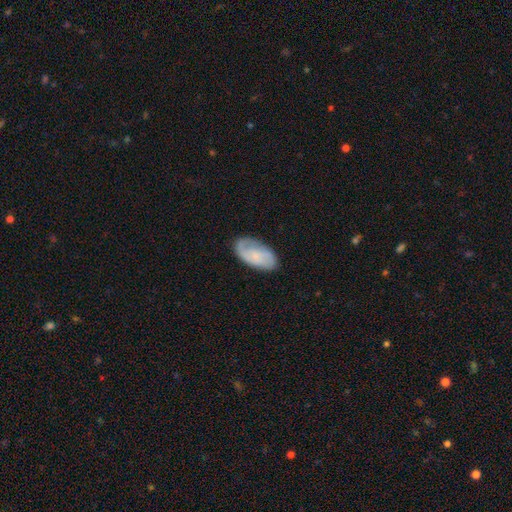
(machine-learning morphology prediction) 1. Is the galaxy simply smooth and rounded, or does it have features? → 50% smooth, 43% featured or disk, 7% star or artifact.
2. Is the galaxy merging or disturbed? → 73% none, 20% minor disturbance, 6% major disturbance, 1% merger.